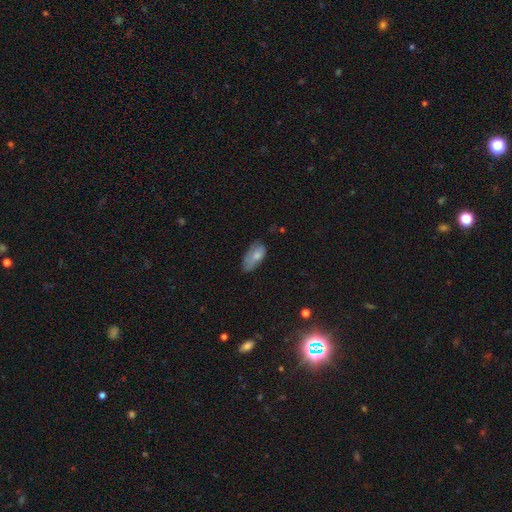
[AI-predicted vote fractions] smooth 72%, featured or disk 20%, star or artifact 7%. Down the decision tree: how rounded — in between (91%); merging — none (48%).